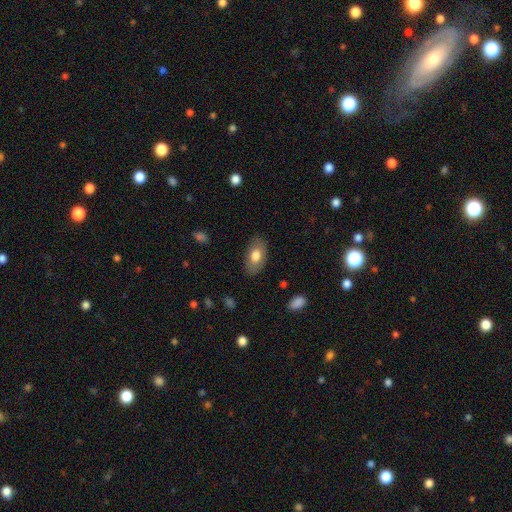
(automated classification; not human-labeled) Smooth or featured? Predicted: smooth (p=0.74). How rounded? Predicted: in between (p=0.92). Merging? Predicted: none (p=0.83).